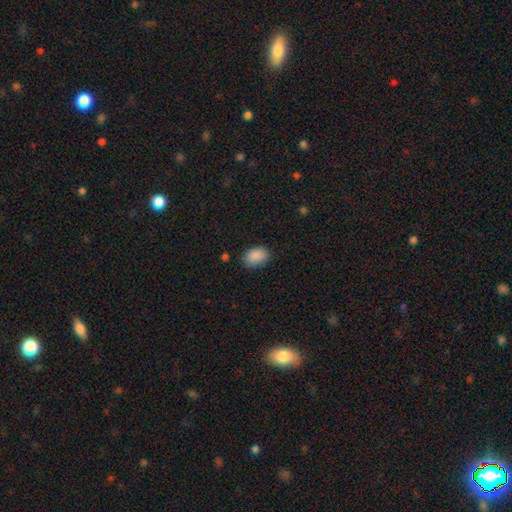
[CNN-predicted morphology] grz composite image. It shows a smooth galaxy with no disk features (89%) that is in between round and cigar-shaped (82%). Merging: none (82%).